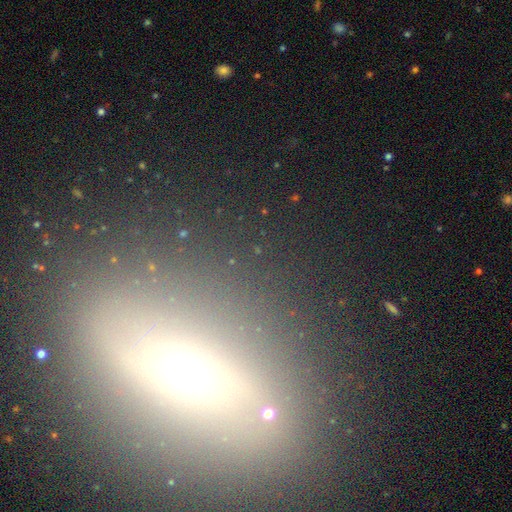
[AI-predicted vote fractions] A smooth galaxy with no disk features (39%).

Vote fractions:
- Smooth or featured? smooth: 39% / featured or disk: 32% / star or artifact: 29%
- Merging? none: 80% / minor disturbance: 11% / major disturbance: 5% / merger: 3%